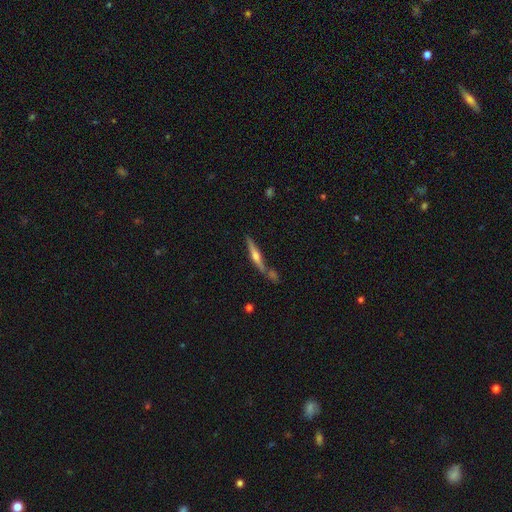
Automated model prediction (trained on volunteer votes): This is likely a featured or disk galaxy (70%). It is clearly viewed edge-on (97%). Edge-on bulge: clearly rounded (87%). Merging: likely none (70%).